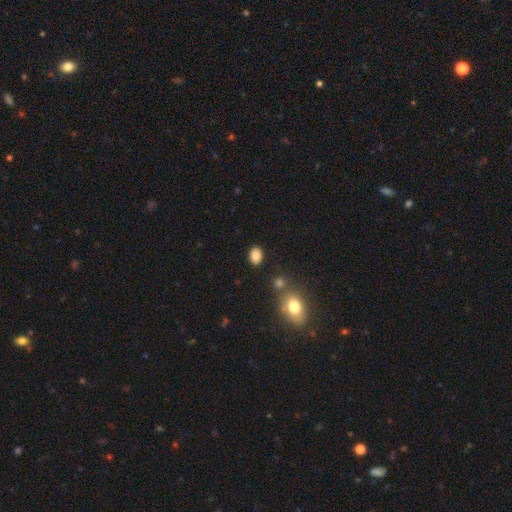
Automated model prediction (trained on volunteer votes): This appears to be a smooth galaxy with no disk features (84%) that is in between round and cigar-shaped (69%). Merging: none (85%).